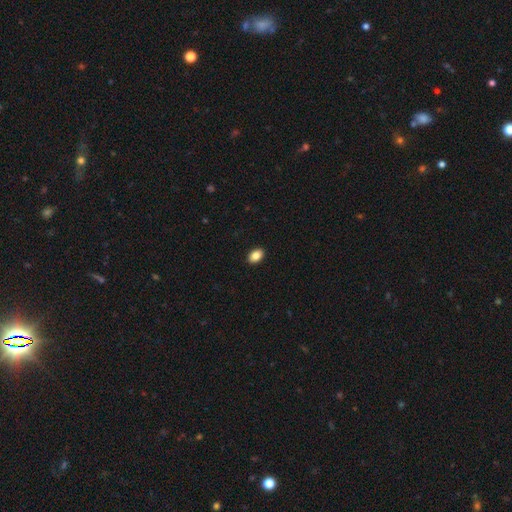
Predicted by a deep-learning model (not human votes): Smooth or featured? smooth (86%)
How rounded? in between (84%)
Merging? none (91%)